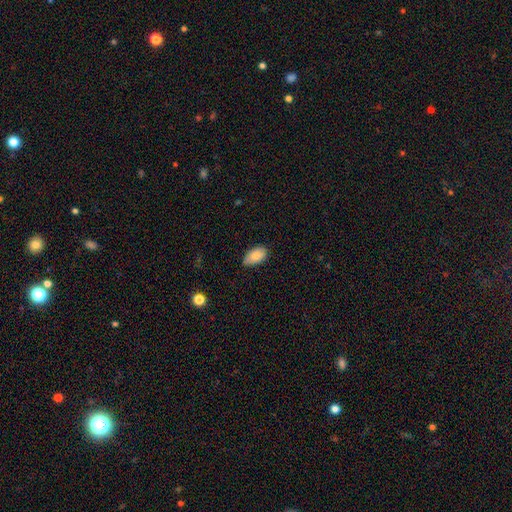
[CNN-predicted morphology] This is clearly a smooth galaxy (84%). How rounded: clearly in between (94%). Merging: likely none (68%).